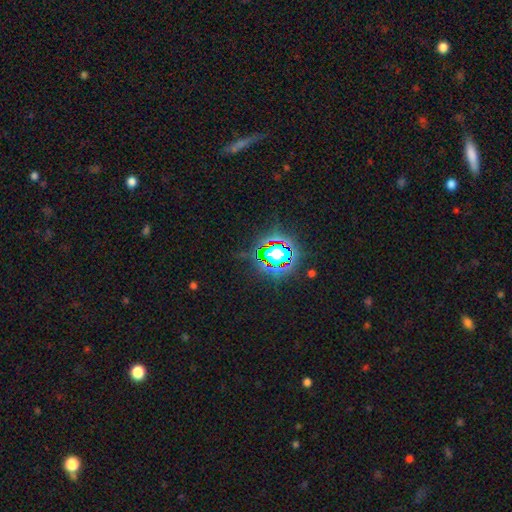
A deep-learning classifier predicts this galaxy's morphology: smooth_or_featured: star or artifact (p=0.80) [alt: smooth p=0.13]